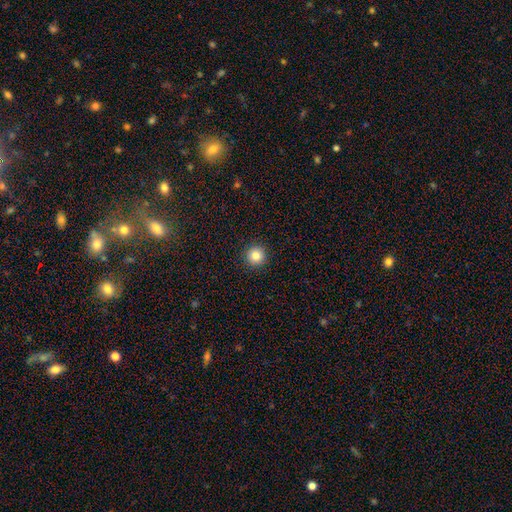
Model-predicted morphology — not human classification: A smooth galaxy with no disk features (85%) that is round (96%).

Vote fractions:
- Smooth or featured? smooth: 85% / star or artifact: 11% / featured or disk: 5%
- How rounded? round: 96% / in between: 3% / cigar-shaped: 1%
- Merging? none: 93% / minor disturbance: 4% / major disturbance: 2% / merger: 1%